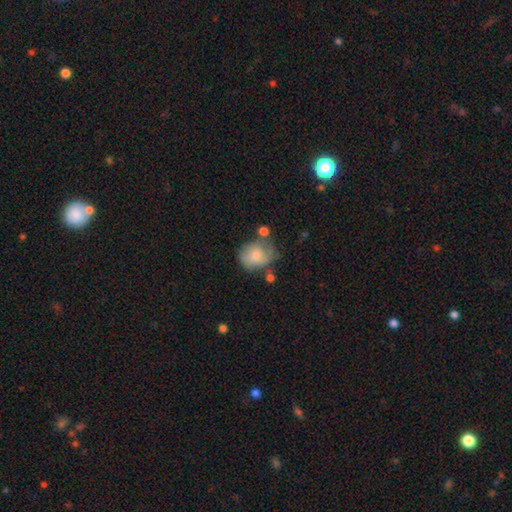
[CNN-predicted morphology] type=smooth (70%); roundness=round (56%); merging=none (43%).